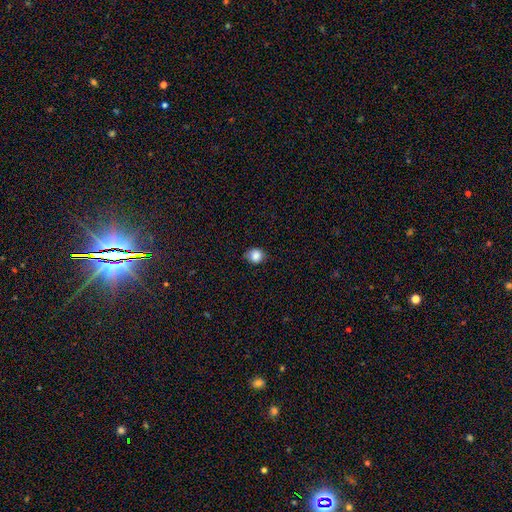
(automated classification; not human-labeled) This is clearly a smooth galaxy (85%). How rounded: likely round (80%). Merging: likely none (72%).